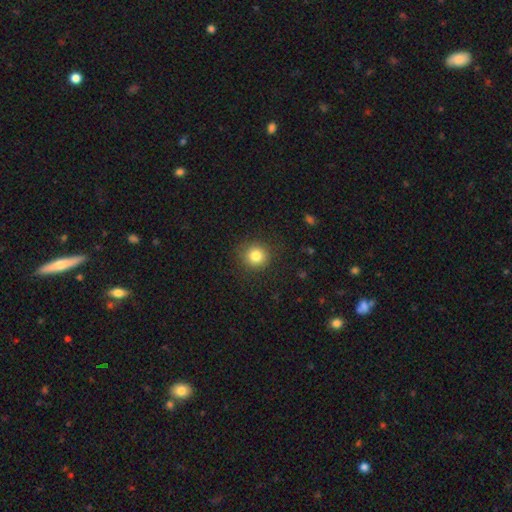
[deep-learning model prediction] A smooth galaxy with no disk features (82%) that is round (91%). Merging: none (88%).